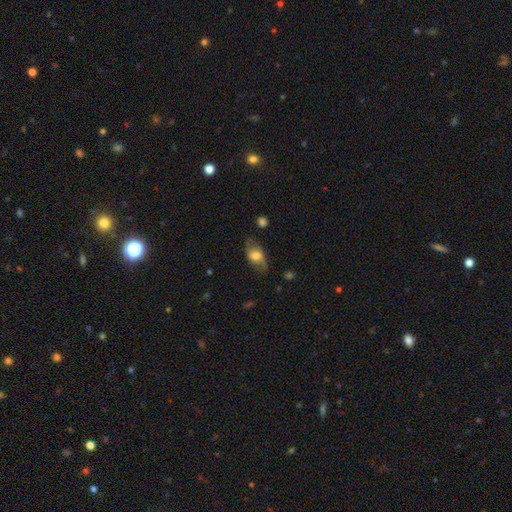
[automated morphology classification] Smooth or featured: smooth — 54% (featured or disk — 38%)
How rounded: in between — 82% (round — 14%)
Merging: none — 66% (minor disturbance — 24%)